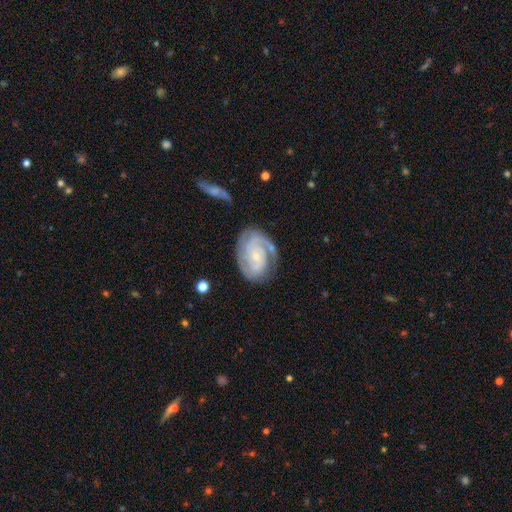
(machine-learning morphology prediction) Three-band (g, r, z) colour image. It shows a featured or disk galaxy (86%) with no bar (62%), 2 (54%) tight (62%) spiral arms (97%) and a small central bulge (76%). Merging: none (72%).